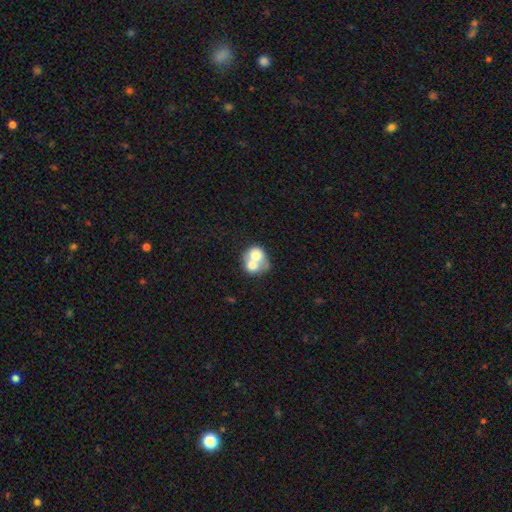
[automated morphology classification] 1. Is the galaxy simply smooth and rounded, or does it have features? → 63% smooth, 29% featured or disk, 8% star or artifact.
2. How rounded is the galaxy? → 60% round, 39% in between, 1% cigar-shaped.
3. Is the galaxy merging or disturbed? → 73% merger, 17% none, 6% minor disturbance, 4% major disturbance.